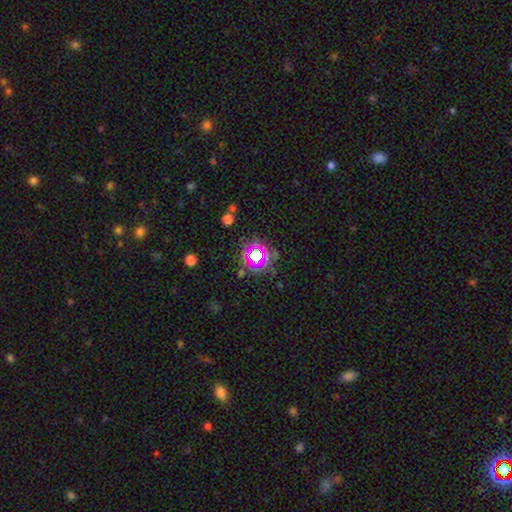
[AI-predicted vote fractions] A star or artifact, not a galaxy (64%).